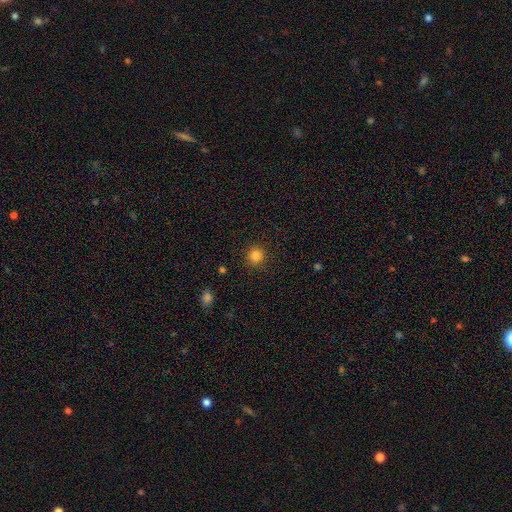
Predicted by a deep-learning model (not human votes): smooth 83%, star or artifact 12%, featured or disk 4%. Down the decision tree: how rounded — round (93%); merging — none (91%).